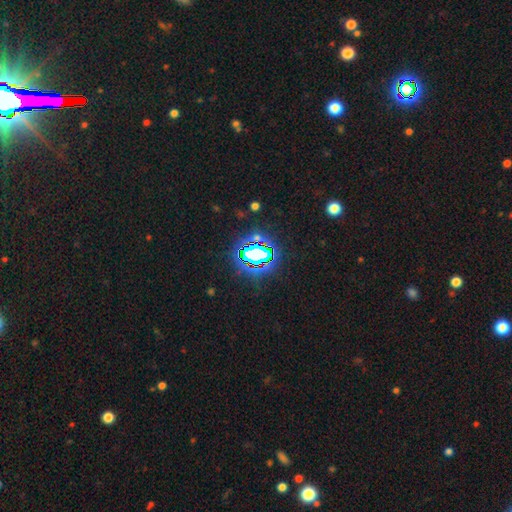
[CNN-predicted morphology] Overall: star or artifact (70%).